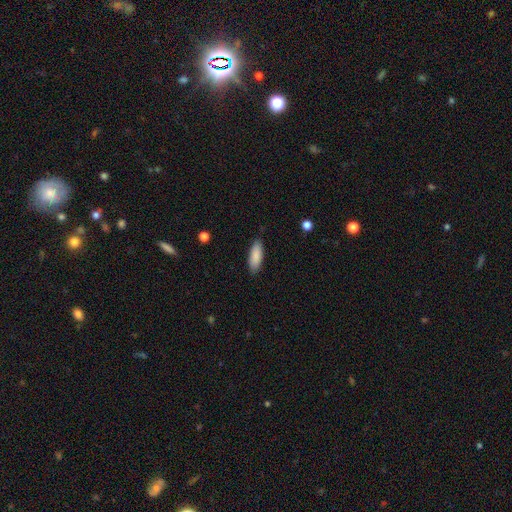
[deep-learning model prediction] A smooth galaxy with no disk features (89%) that is in between round and cigar-shaped (66%).

Vote fractions:
- Smooth or featured? smooth: 89% / star or artifact: 6% / featured or disk: 5%
- How rounded? in between: 66% / cigar-shaped: 32% / round: 2%
- Merging? none: 88% / minor disturbance: 9% / major disturbance: 2% / merger: 1%